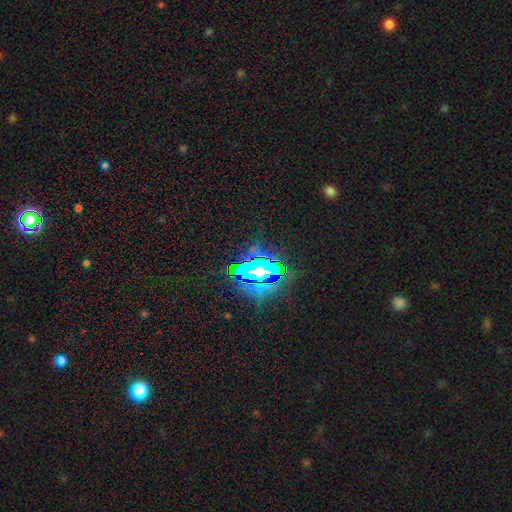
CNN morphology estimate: Smooth or featured? Predicted: star or artifact (p=0.83).